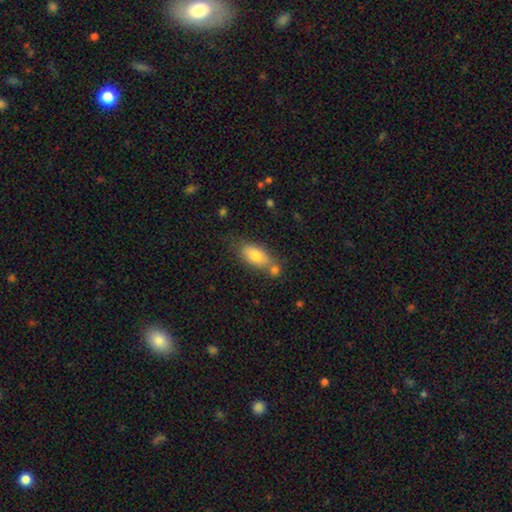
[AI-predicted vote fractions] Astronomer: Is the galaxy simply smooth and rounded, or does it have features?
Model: smooth — 78%.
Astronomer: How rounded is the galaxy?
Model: in between — 87%.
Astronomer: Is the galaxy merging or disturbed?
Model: none — 54%.